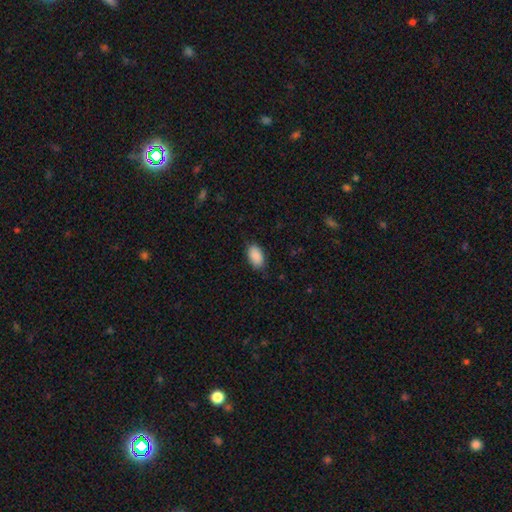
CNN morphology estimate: This is clearly a smooth galaxy (90%). How rounded: clearly in between (94%). Merging: clearly none (82%).